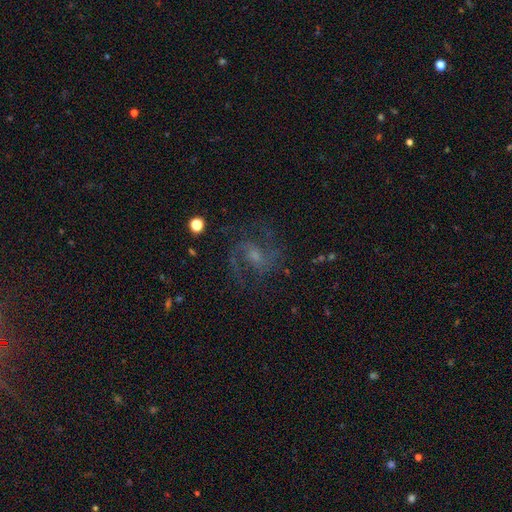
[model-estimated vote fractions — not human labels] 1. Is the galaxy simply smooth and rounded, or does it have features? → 83% featured or disk, 9% star or artifact, 8% smooth.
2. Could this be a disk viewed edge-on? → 98% no, 2% yes.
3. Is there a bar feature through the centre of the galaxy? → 47% weak, 42% no, 11% strong.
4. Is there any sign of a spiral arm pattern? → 96% yes, 4% no.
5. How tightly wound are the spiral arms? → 59% medium, 23% loose, 17% tight.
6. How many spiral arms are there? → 80% 2, 7% can't tell, 7% 3, 3% 1, 2% 4, 2% more than 4.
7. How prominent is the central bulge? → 49% small, 34% moderate, 11% none, 4% large, 1% dominant.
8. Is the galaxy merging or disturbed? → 73% none, 15% minor disturbance, 11% major disturbance, 1% merger.